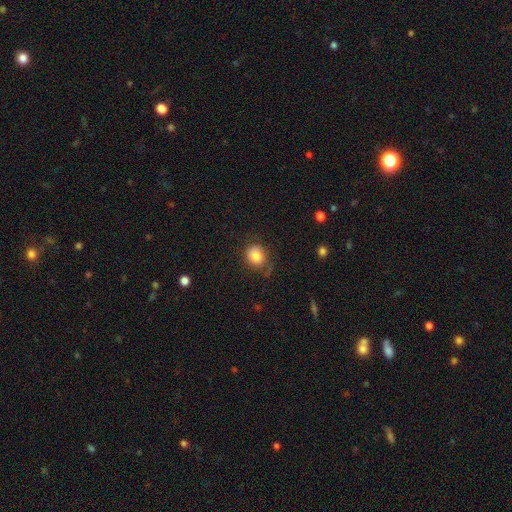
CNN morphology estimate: smooth-or-featured: smooth: 80% | featured or disk: 11% | star or artifact: 9%
  how-rounded: round: 73% | in between: 27% | cigar-shaped: 1%
  merging: none: 63% | minor disturbance: 23% | major disturbance: 11% | merger: 3%